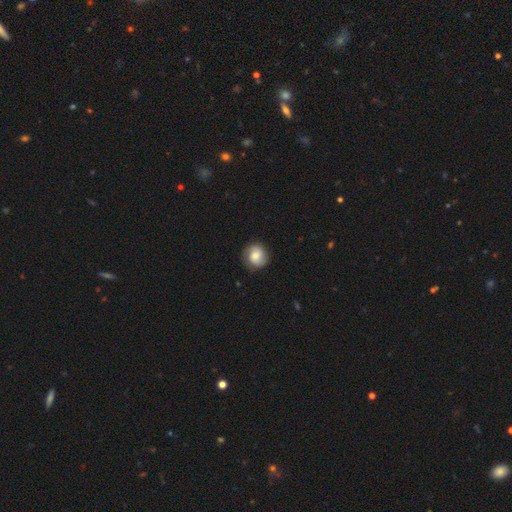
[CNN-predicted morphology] Overall: smooth (57%; featured or disk 35%). How rounded: round (85%). Merging: none (80%).